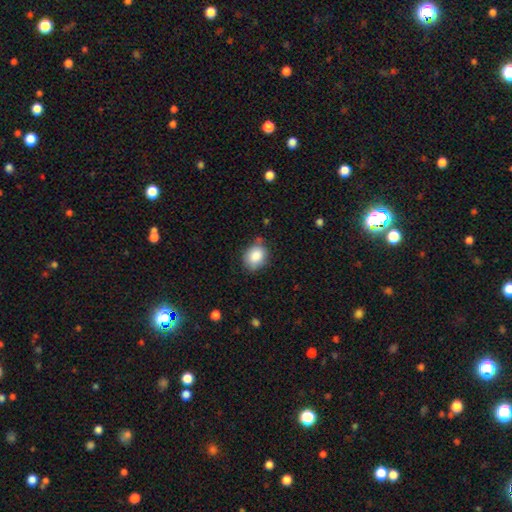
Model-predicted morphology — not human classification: The model was most divided on "how rounded": in between: 51%, round: 48%, cigar-shaped: 1%. More confident: smooth or featured — smooth (87%); merging — none (71%).